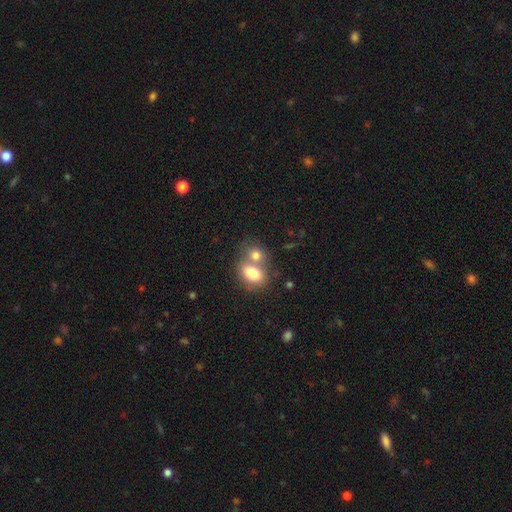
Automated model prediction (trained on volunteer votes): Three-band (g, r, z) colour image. It shows a smooth galaxy with no disk features (78%) that is in between round and cigar-shaped (65%). Merging: merger (58%).